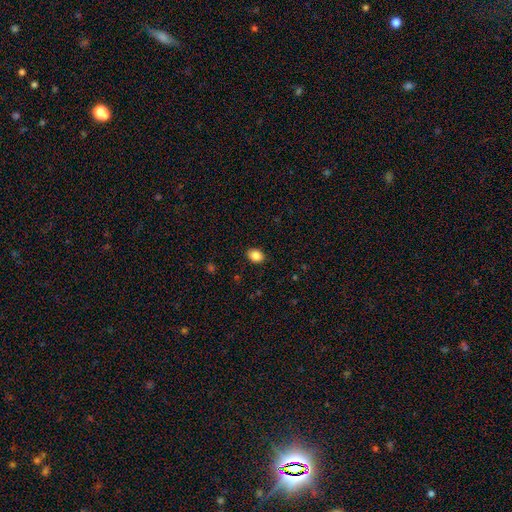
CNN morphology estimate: Smooth or featured? Predicted: smooth (p=0.87). How rounded? Predicted: in between (p=0.64). Merging? Predicted: none (p=0.89).